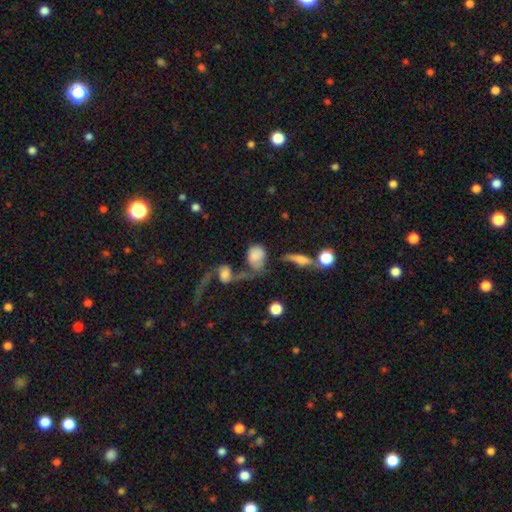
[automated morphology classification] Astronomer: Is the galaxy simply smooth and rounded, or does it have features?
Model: smooth — 65%.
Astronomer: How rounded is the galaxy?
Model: in between — 61% (runner-up: round, 36%).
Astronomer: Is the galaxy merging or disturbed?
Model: merger — 43% (runner-up: major disturbance, 22%).